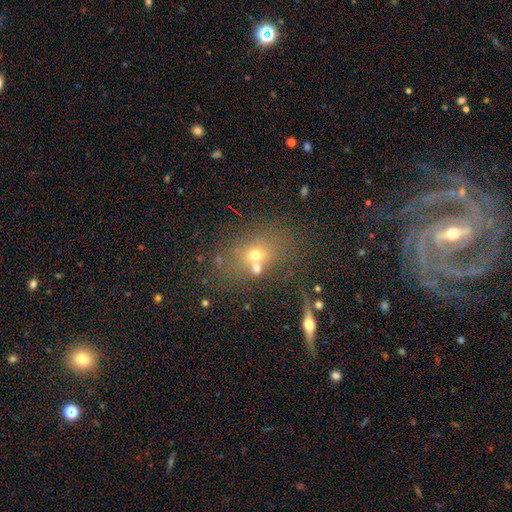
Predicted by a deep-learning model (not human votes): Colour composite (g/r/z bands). It shows a smooth galaxy with no disk features (56%) that is in between round and cigar-shaped (57%). Merging: none (54%).